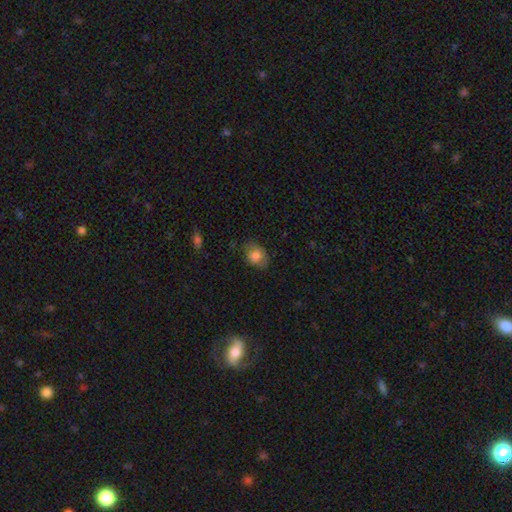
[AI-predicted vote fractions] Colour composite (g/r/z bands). It shows a smooth galaxy with no disk features (79%) that is in between round and cigar-shaped (68%). Merging: none (71%).